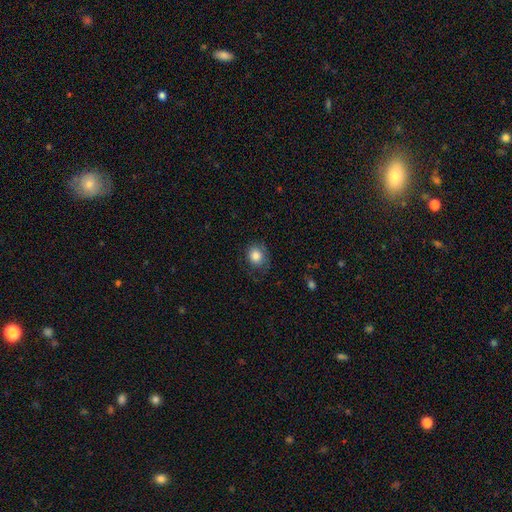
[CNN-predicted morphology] Q: Smooth or featured?
A: smooth (82%); runner-up: star or artifact (9%)
Q: How rounded?
A: round (69%); runner-up: in between (31%)
Q: Merging?
A: none (72%); runner-up: minor disturbance (20%)